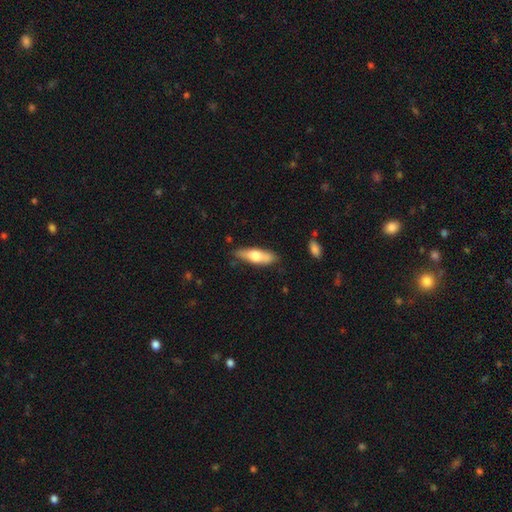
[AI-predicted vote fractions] Smooth or featured? smooth (57%)
How rounded? cigar-shaped (56%)
Merging? none (76%)